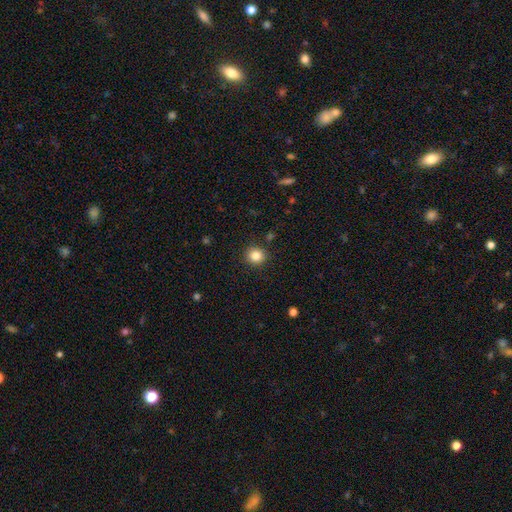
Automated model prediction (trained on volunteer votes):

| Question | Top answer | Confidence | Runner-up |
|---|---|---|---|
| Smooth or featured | smooth | 84% | star or artifact (11%) |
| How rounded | round | 90% | in between (9%) |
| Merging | none | 90% | minor disturbance (6%) |